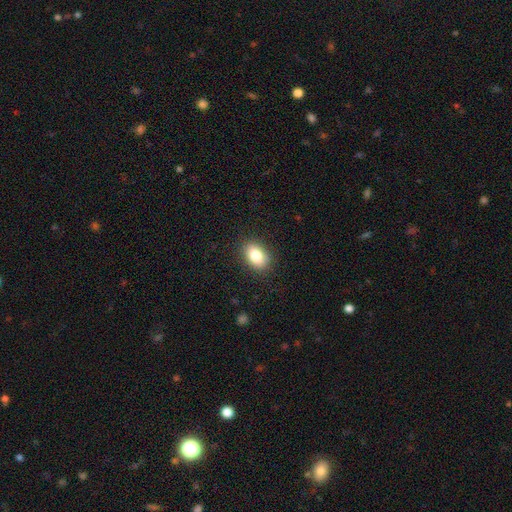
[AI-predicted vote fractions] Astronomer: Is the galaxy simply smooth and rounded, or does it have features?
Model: smooth — 84%.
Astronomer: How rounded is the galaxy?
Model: in between — 86%.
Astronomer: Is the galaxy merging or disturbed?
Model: none — 88%.